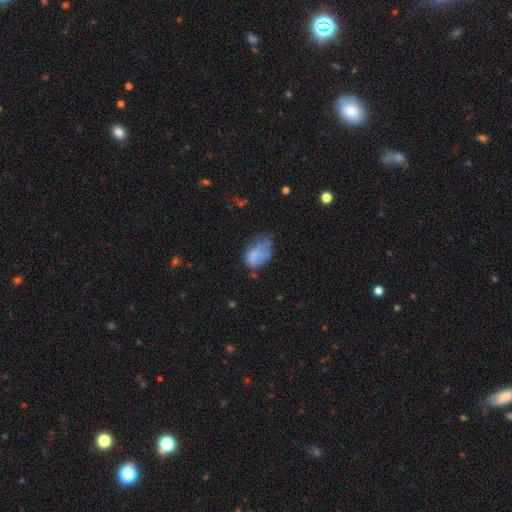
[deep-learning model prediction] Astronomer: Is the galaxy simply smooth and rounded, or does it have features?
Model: smooth — 63%.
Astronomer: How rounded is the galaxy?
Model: in between — 85%.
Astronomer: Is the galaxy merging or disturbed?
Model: minor disturbance — 36% (runner-up: major disturbance, 31%).